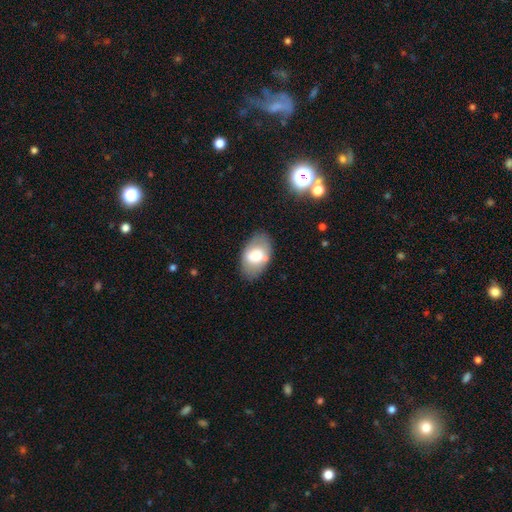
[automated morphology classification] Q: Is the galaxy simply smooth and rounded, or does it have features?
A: smooth — 66%.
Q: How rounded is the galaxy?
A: in between — 90%.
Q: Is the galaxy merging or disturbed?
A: none — 79%.